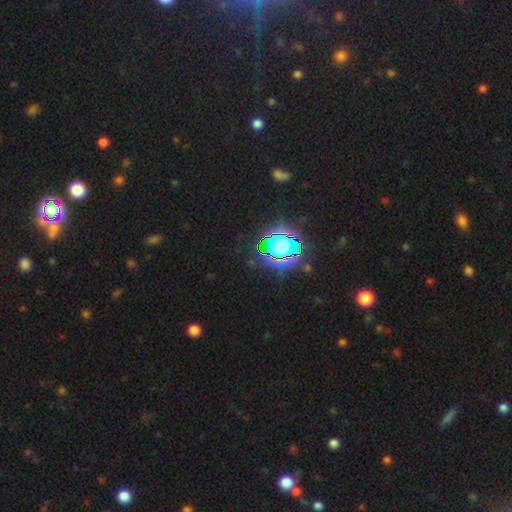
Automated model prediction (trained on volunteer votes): A star or artifact, not a galaxy (79%).